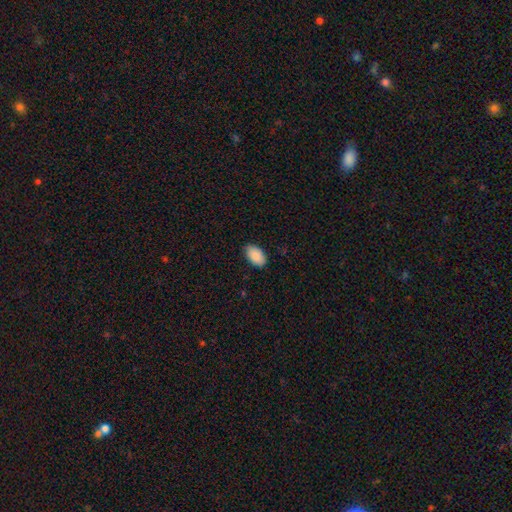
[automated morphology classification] Smooth or featured? Predicted: smooth (p=0.90). How rounded? Predicted: in between (p=0.94). Merging? Predicted: none (p=0.85).